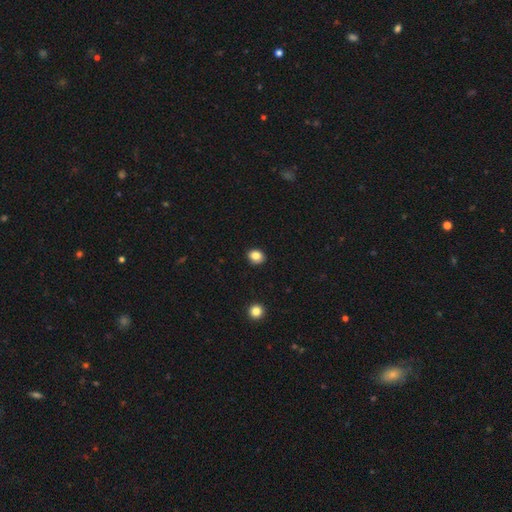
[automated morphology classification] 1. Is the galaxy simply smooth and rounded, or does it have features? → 84% smooth, 10% star or artifact, 6% featured or disk.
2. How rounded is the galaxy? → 59% round, 40% in between, 1% cigar-shaped.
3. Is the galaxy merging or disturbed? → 91% none, 6% minor disturbance, 2% major disturbance, 1% merger.